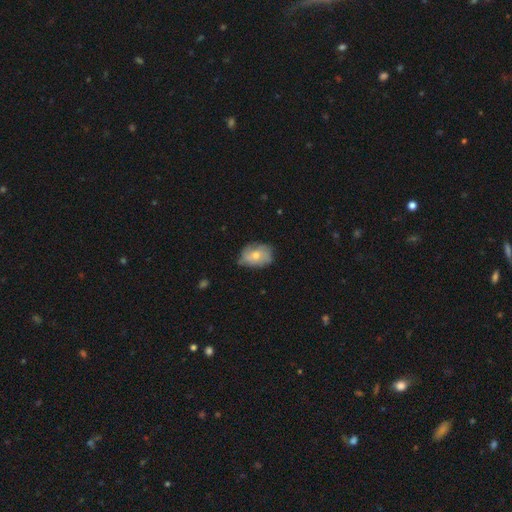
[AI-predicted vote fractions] A smooth galaxy with no disk features (58%) that is in between round and cigar-shaped (74%).

Vote fractions:
- Smooth or featured? smooth: 58% / featured or disk: 34% / star or artifact: 8%
- How rounded? in between: 74% / round: 24% / cigar-shaped: 1%
- Merging? none: 53% / minor disturbance: 36% / major disturbance: 10% / merger: 2%